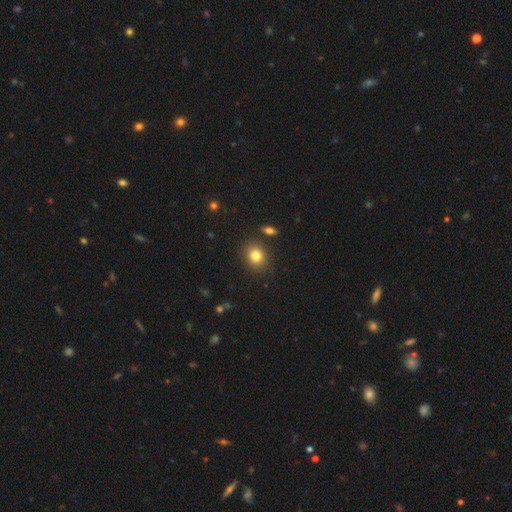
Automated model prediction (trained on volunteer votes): Q: Smooth or featured?
A: smooth (81%); runner-up: star or artifact (11%)
Q: How rounded?
A: round (68%); runner-up: in between (31%)
Q: Merging?
A: none (85%); runner-up: minor disturbance (9%)